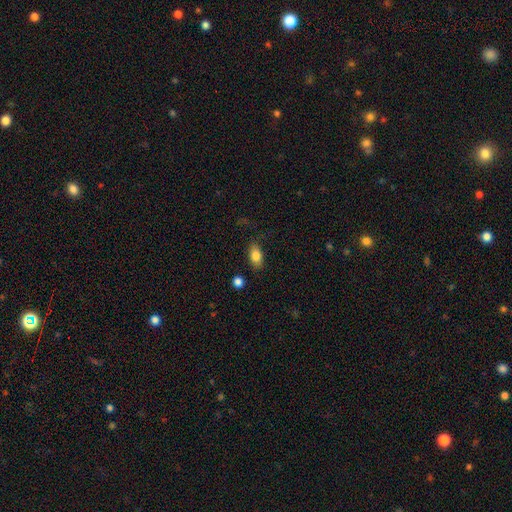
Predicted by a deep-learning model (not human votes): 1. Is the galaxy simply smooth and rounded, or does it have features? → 83% smooth, 9% featured or disk, 8% star or artifact.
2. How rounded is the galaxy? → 88% in between, 9% round, 3% cigar-shaped.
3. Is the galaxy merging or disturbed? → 81% none, 13% minor disturbance, 4% major disturbance, 2% merger.